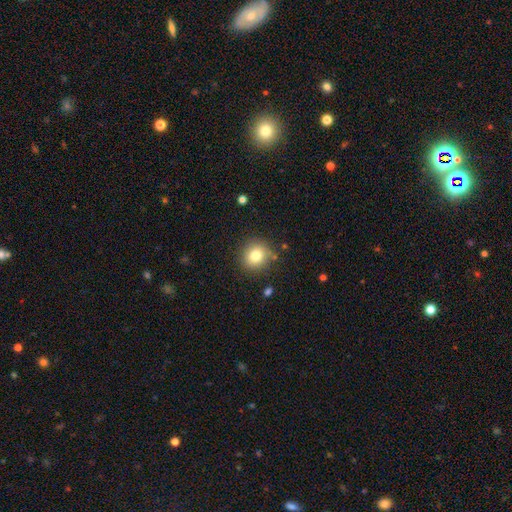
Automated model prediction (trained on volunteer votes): Smooth or featured?
  - smooth: 79% *
  - star or artifact: 11%
  - featured or disk: 9%
How rounded?
  - round: 87% *
  - in between: 12%
  - cigar-shaped: 1%
Merging?
  - none: 85% *
  - minor disturbance: 9%
  - major disturbance: 3%
  - merger: 2%